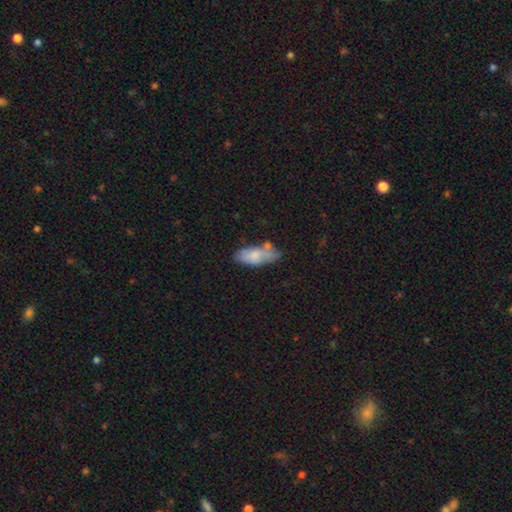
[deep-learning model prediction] A smooth galaxy with no disk features (69%) that is in between round and cigar-shaped (81%).

Vote fractions:
- Smooth or featured? smooth: 69% / featured or disk: 24% / star or artifact: 7%
- How rounded? in between: 81% / cigar-shaped: 16% / round: 2%
- Merging? none: 52% / minor disturbance: 27% / merger: 13% / major disturbance: 8%